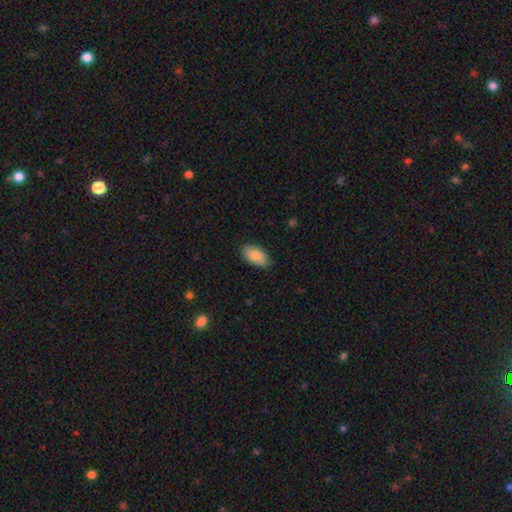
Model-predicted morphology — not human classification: smooth_or_featured: smooth (p=0.85) [alt: featured or disk p=0.09]
how_rounded: in between (p=0.94) [alt: round p=0.03]
merging: none (p=0.82) [alt: minor disturbance p=0.14]